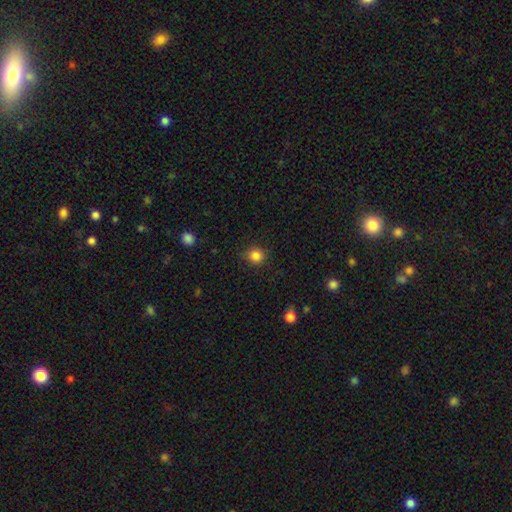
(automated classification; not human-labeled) Q: Smooth or featured?
A: smooth (85%); runner-up: star or artifact (11%)
Q: How rounded?
A: round (91%); runner-up: in between (8%)
Q: Merging?
A: none (86%); runner-up: minor disturbance (10%)